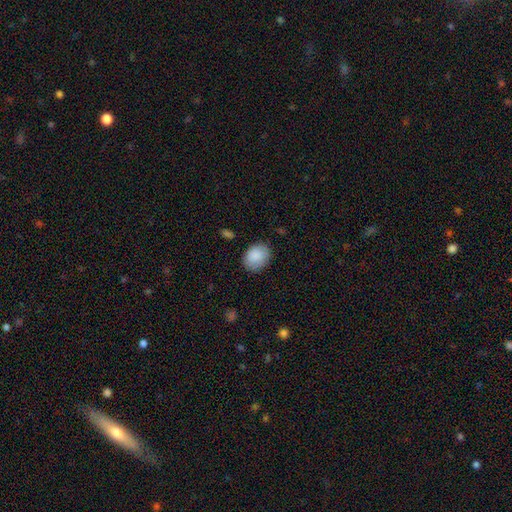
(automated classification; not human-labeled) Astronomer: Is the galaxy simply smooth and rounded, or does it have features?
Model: smooth — 88%.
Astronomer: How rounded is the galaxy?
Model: in between — 60% (runner-up: round, 39%).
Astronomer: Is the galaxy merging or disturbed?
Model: none — 83%.